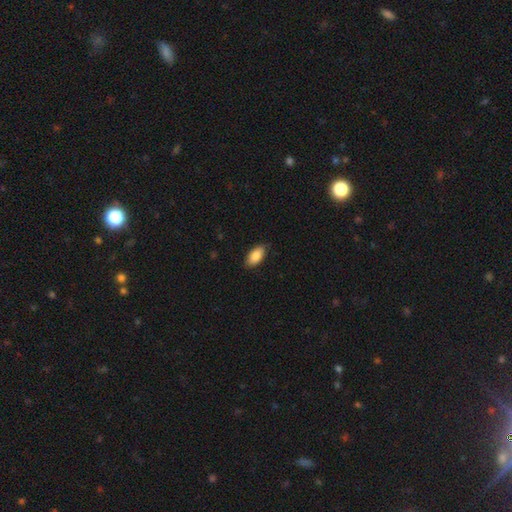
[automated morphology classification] Smooth or featured? smooth (87%)
How rounded? in between (93%)
Merging? none (84%)